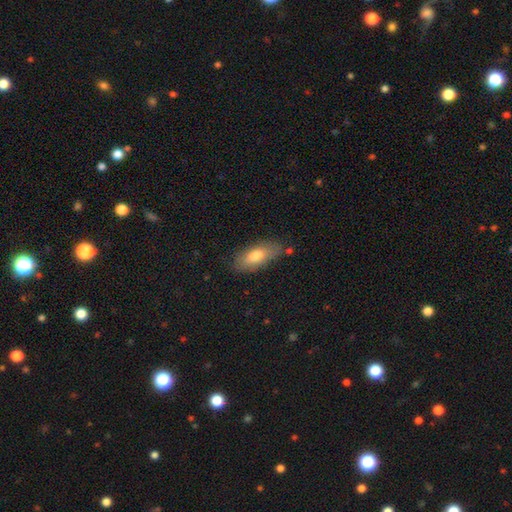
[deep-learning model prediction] Smooth or featured: smooth — 74% (featured or disk — 20%)
How rounded: in between — 77% (cigar-shaped — 20%)
Merging: none — 74% (minor disturbance — 19%)